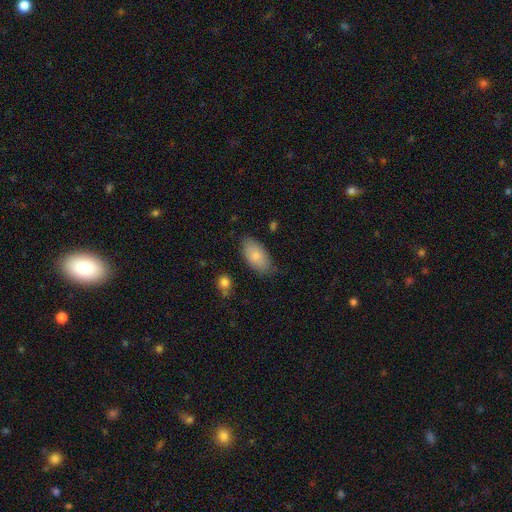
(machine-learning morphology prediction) Smooth or featured? Predicted: smooth (p=0.80). How rounded? Predicted: in between (p=0.93). Merging? Predicted: none (p=0.75).